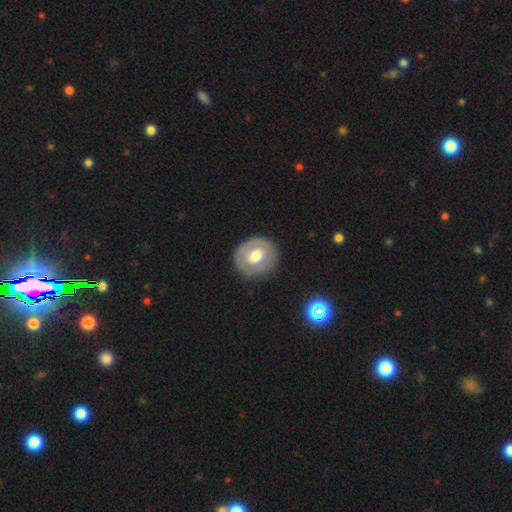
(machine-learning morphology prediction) This appears to be a featured or disk galaxy (48%). Merging: none (82%).